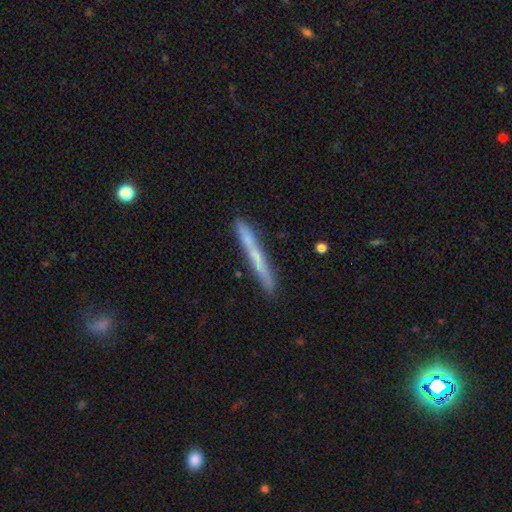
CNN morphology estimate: Q: Smooth or featured?
A: smooth (53%); runner-up: featured or disk (40%)
Q: How rounded?
A: cigar-shaped (97%); runner-up: in between (2%)
Q: Merging?
A: none (84%); runner-up: minor disturbance (11%)